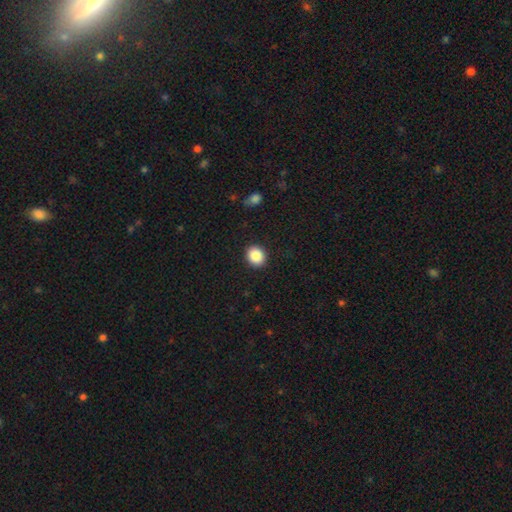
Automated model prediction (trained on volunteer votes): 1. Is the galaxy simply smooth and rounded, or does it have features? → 87% smooth, 9% star or artifact, 4% featured or disk.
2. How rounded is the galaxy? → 74% round, 25% in between, 1% cigar-shaped.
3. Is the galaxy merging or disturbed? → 91% none, 6% minor disturbance, 2% major disturbance, 1% merger.